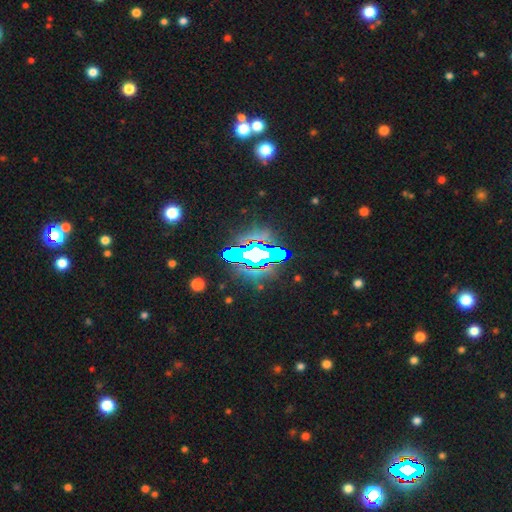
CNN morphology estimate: This is likely a star or artifact rather than a galaxy (63%).